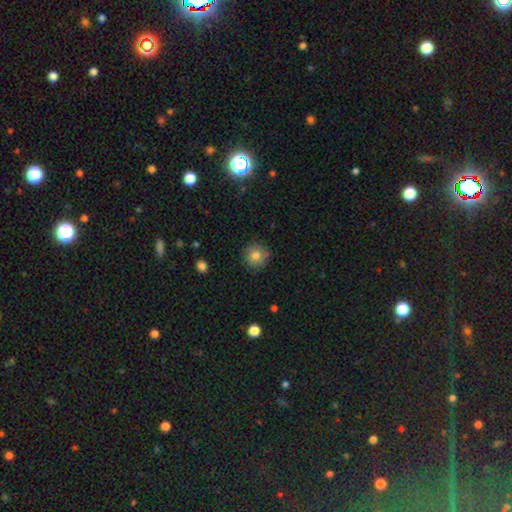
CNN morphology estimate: Smooth or featured: smooth — 81% (star or artifact — 11%)
How rounded: round — 94% (in between — 5%)
Merging: none — 88% (minor disturbance — 9%)